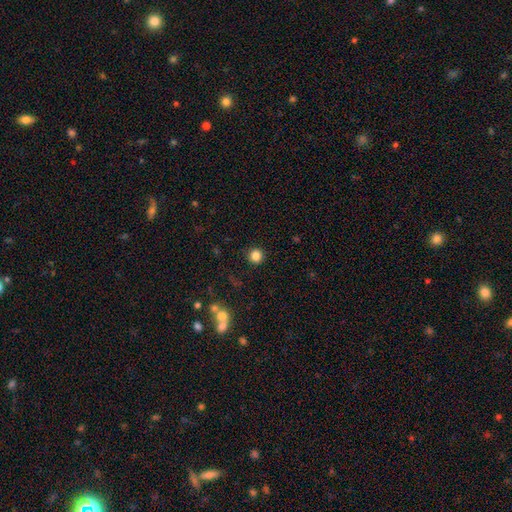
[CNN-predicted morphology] The model was most divided on "smooth or featured": smooth: 84%, star or artifact: 12%, featured or disk: 4%. More confident: how rounded — round (95%); merging — none (91%).